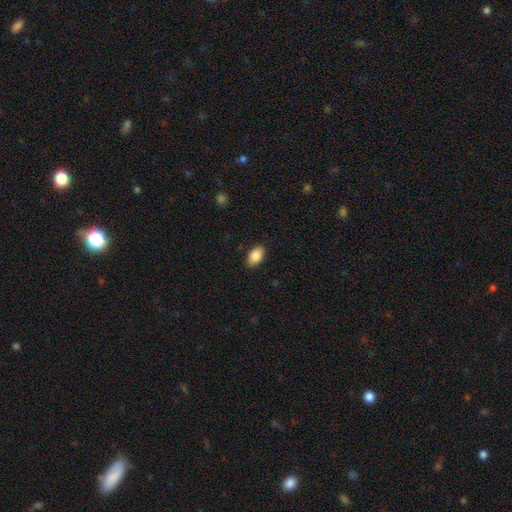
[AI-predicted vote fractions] smooth_or_featured: smooth (p=0.88) [alt: star or artifact p=0.07]
how_rounded: in between (p=0.92) [alt: round p=0.06]
merging: none (p=0.88) [alt: minor disturbance p=0.09]